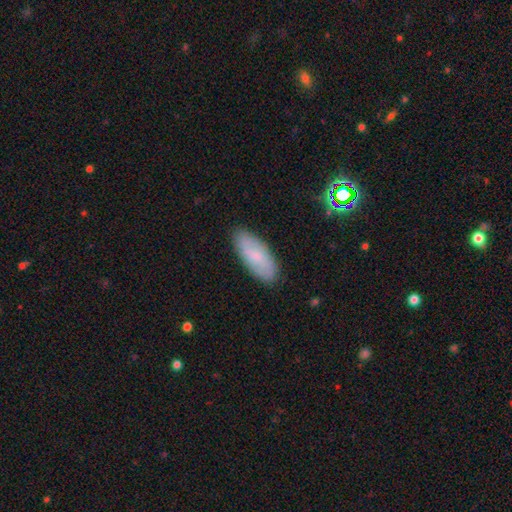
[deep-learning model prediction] Q: Smooth or featured?
A: smooth (70%); runner-up: featured or disk (22%)
Q: How rounded?
A: in between (79%); runner-up: cigar-shaped (19%)
Q: Merging?
A: none (86%); runner-up: minor disturbance (11%)